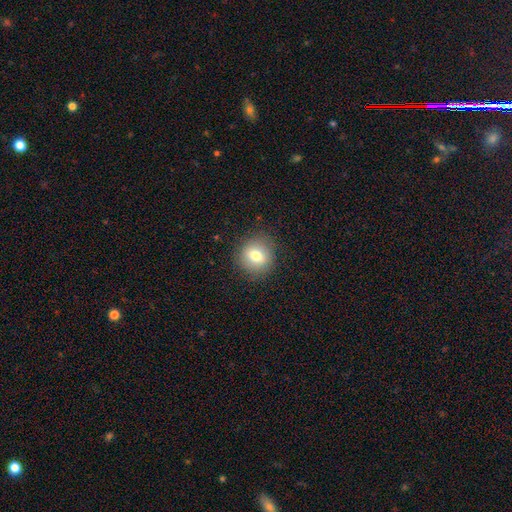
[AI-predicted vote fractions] Overall: smooth (76%). How rounded: round (84%). Merging: none (87%).